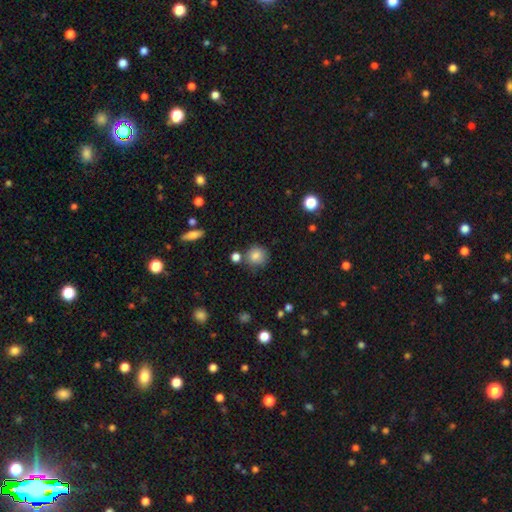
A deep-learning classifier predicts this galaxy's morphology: This is clearly a smooth galaxy (84%). How rounded: clearly round (90%). Merging: likely none (75%).